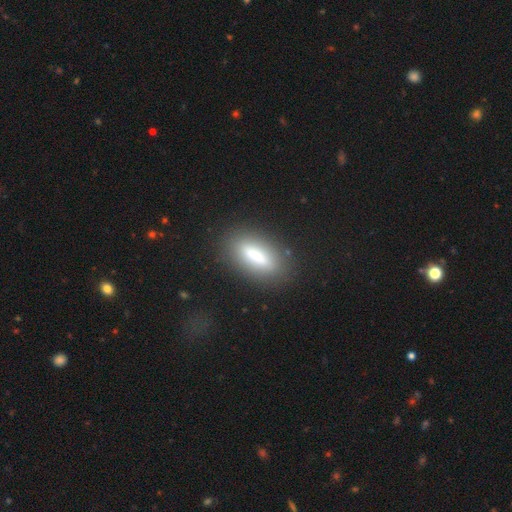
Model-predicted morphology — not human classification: A smooth galaxy with no disk features (71%) that is in between round and cigar-shaped (61%). Merging: none (84%).